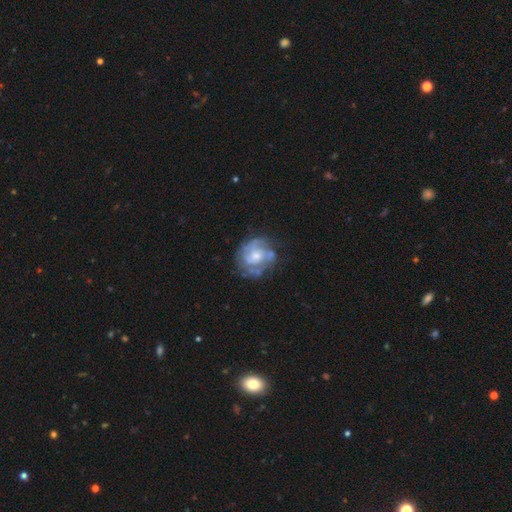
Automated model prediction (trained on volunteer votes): smooth-or-featured: featured or disk: 73% | smooth: 20% | star or artifact: 7%
  disk-edge-on: no: 98% | yes: 2%
    bar: no: 72% | weak: 24% | strong: 4%
    has-spiral-arms: yes: 71% | no: 29%
      spiral-winding: tight: 49% | medium: 36% | loose: 14%
      spiral-arm-count: can't tell: 43% | 2: 24% | 3: 18% | 4: 7% | 1: 5% | more than 4: 4%
    bulge-size: moderate: 48% | small: 39% | large: 6% | none: 5% | dominant: 1%
  merging: none: 60% | minor disturbance: 22% | major disturbance: 14% | merger: 4%